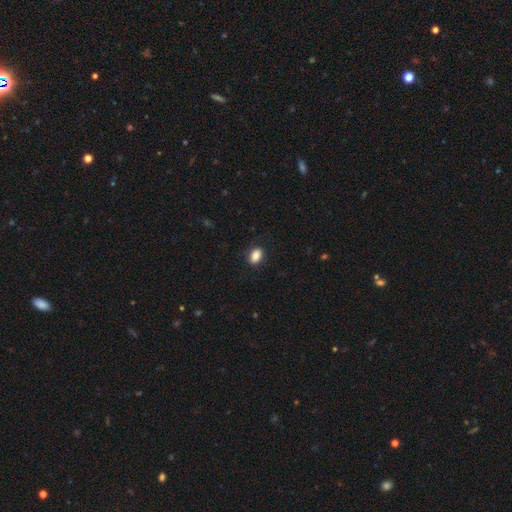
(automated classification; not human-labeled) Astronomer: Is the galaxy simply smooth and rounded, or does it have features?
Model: smooth — 87%.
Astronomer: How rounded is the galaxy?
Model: in between — 84%.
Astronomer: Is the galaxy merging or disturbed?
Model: none — 85%.